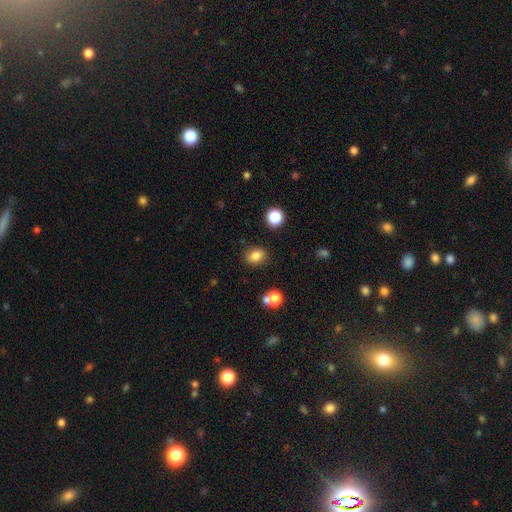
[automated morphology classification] smooth_or_featured: smooth (p=0.83) [alt: star or artifact p=0.11]
how_rounded: in between (p=0.59) [alt: round p=0.39]
merging: none (p=0.84) [alt: minor disturbance p=0.09]